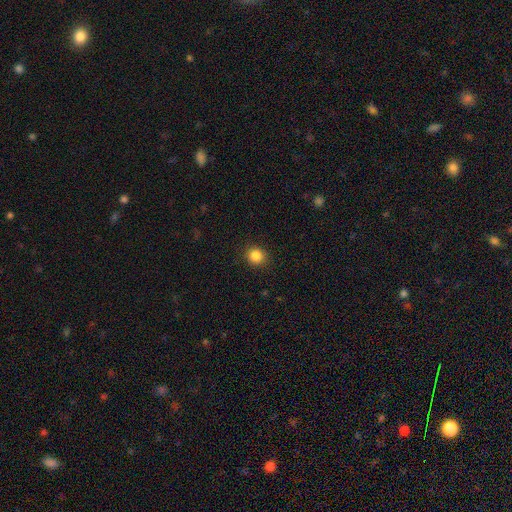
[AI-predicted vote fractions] Q: Smooth or featured?
A: smooth (85%); runner-up: star or artifact (11%)
Q: How rounded?
A: round (87%); runner-up: in between (12%)
Q: Merging?
A: none (91%); runner-up: minor disturbance (6%)